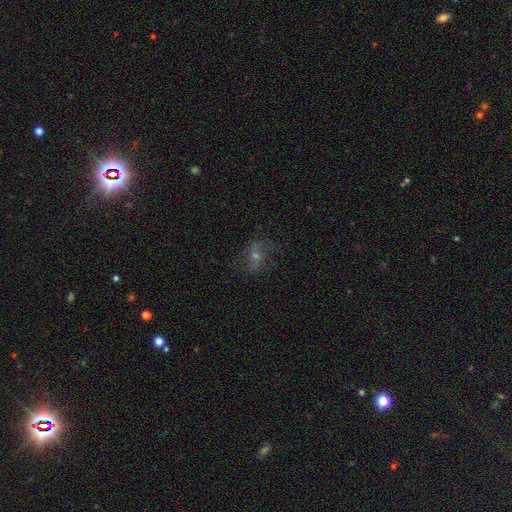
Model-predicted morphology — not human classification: Overall: featured or disk (53%; smooth 31%). Edge-on disk: no (93%). Merging: none (68%).